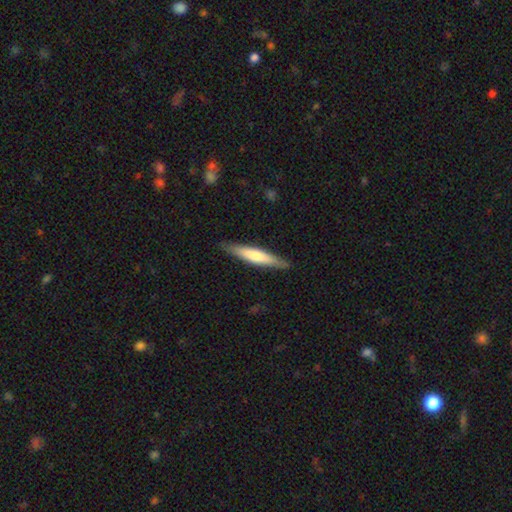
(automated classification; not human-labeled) Morphology: type=smooth (59%); roundness=cigar-shaped (89%); merging=none (88%).